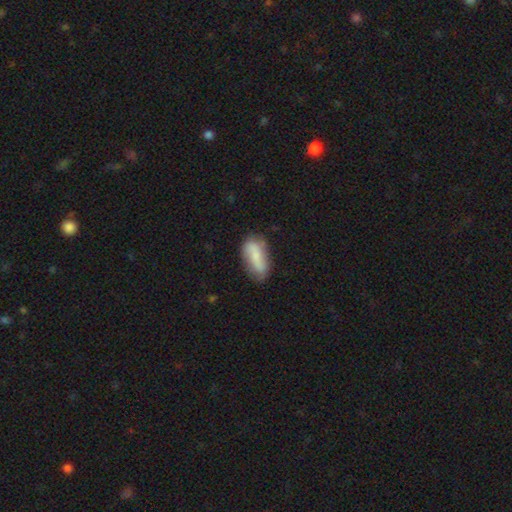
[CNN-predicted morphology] Smooth or featured? Predicted: smooth (p=0.60). How rounded? Predicted: in between (p=0.81). Merging? Predicted: none (p=0.67).